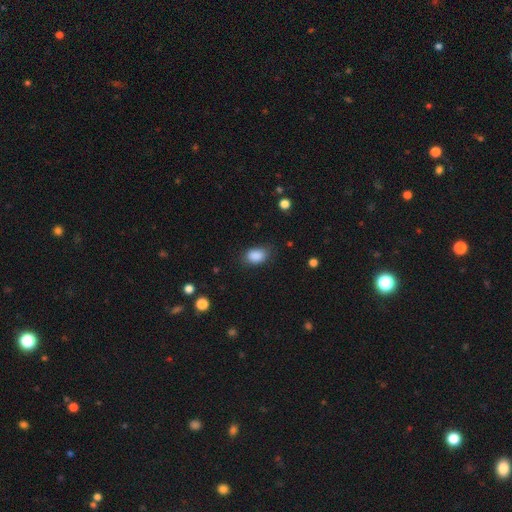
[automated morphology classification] Q: Smooth or featured?
A: smooth (88%); runner-up: star or artifact (8%)
Q: How rounded?
A: in between (83%); runner-up: round (16%)
Q: Merging?
A: none (78%); runner-up: minor disturbance (16%)